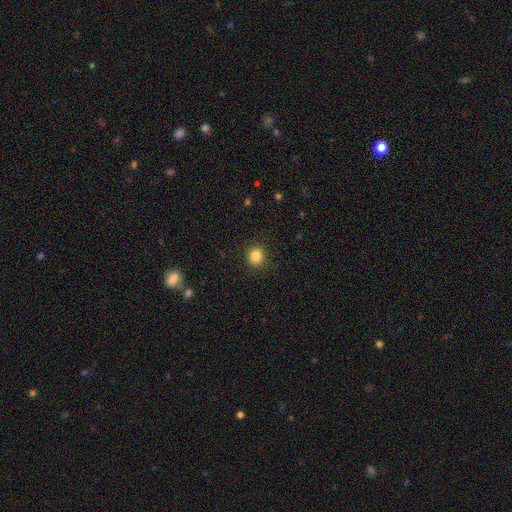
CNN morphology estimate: Smooth or featured: smooth — 84% (star or artifact — 11%)
How rounded: round — 85% (in between — 14%)
Merging: none — 90% (minor disturbance — 7%)